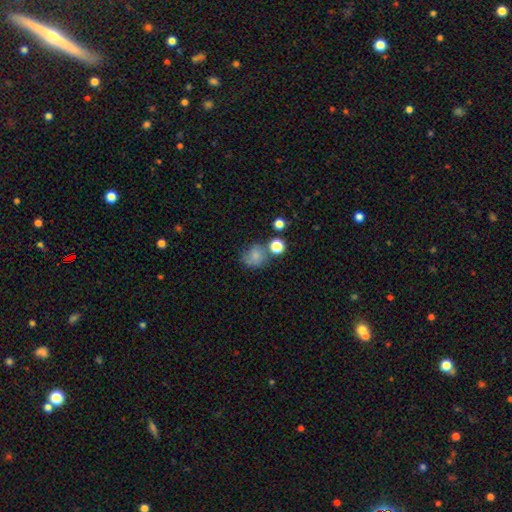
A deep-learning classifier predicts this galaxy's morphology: Smooth or featured: smooth — 74% (featured or disk — 13%)
How rounded: round — 76% (in between — 23%)
Merging: none — 54% (minor disturbance — 19%)